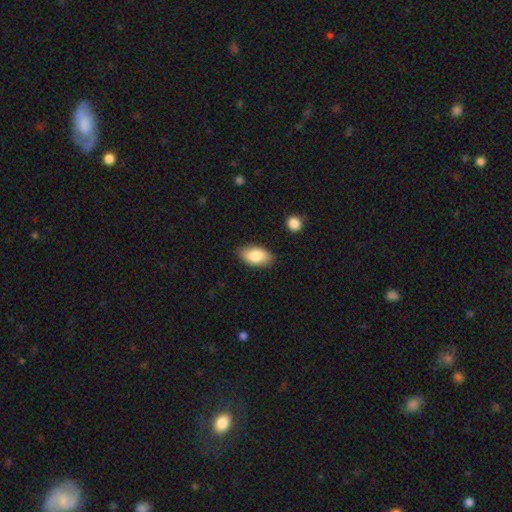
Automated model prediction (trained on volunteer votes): smooth_or_featured: smooth (p=0.85) [alt: featured or disk p=0.09]
how_rounded: in between (p=0.94) [alt: round p=0.03]
merging: none (p=0.85) [alt: minor disturbance p=0.11]